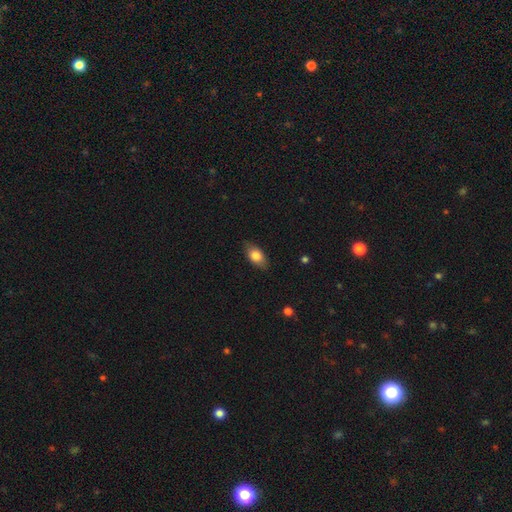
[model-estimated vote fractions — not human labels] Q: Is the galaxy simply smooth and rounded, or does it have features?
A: smooth — 79%.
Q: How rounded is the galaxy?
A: in between — 88%.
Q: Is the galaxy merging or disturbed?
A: none — 82%.